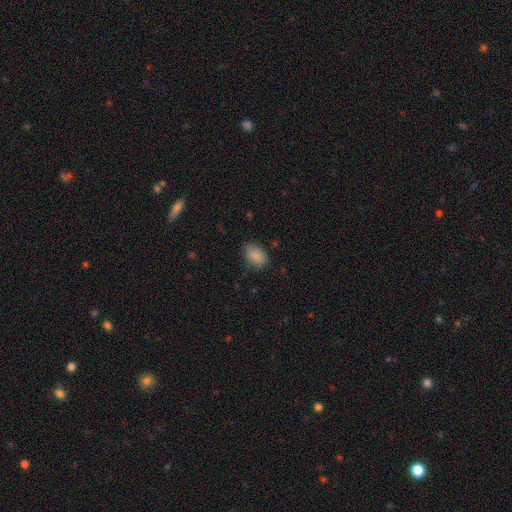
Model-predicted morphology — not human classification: smooth 86%, star or artifact 8%, featured or disk 6%. Down the decision tree: how rounded — in between (79%); merging — none (73%).